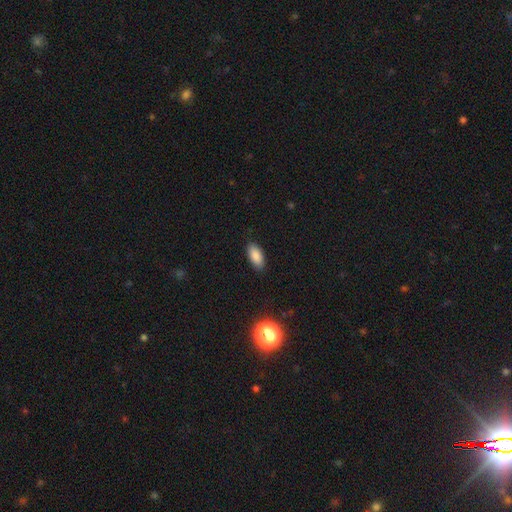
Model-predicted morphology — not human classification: The model was most divided on "merging": none: 87%, minor disturbance: 9%, major disturbance: 2%, merger: 1%. More confident: how rounded — in between (91%); smooth or featured — smooth (87%).